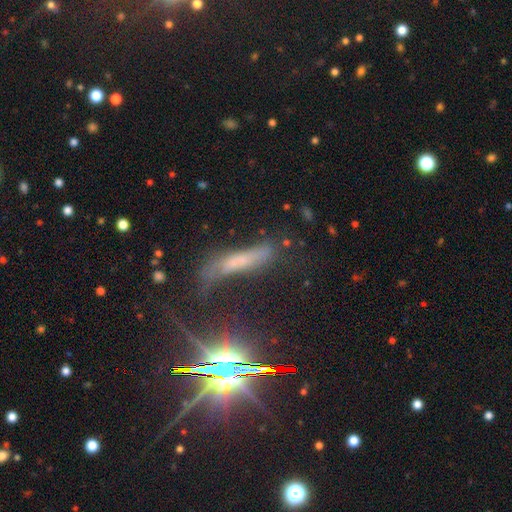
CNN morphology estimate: Q: Smooth or featured?
A: smooth (40%); runner-up: featured or disk (32%)
Q: Merging?
A: none (57%); runner-up: minor disturbance (24%)